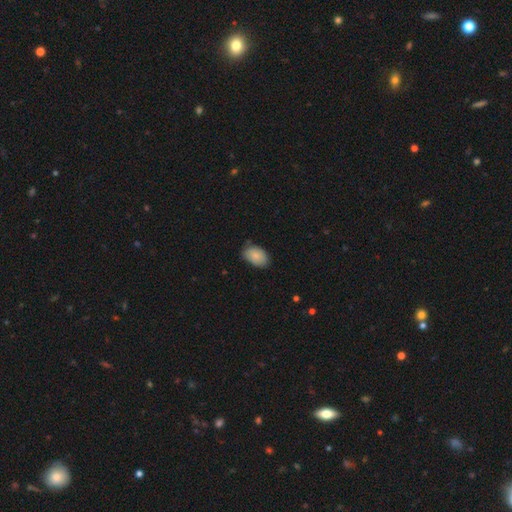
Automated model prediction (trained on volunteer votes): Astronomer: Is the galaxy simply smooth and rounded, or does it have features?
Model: smooth — 85%.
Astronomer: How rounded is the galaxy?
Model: in between — 90%.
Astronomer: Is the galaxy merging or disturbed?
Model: none — 74%.